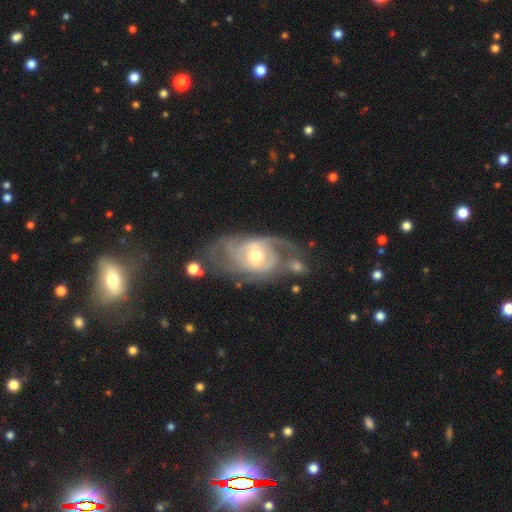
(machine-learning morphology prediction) Smooth or featured? featured or disk (84%)
Edge-on disk? no (96%)
Bar? no (55%)
Spiral arms? yes (88%)
Spiral winding? tight (49%)
Spiral arm count? 2 (37%)
Bulge size? moderate (71%)
Merging? none (42%)